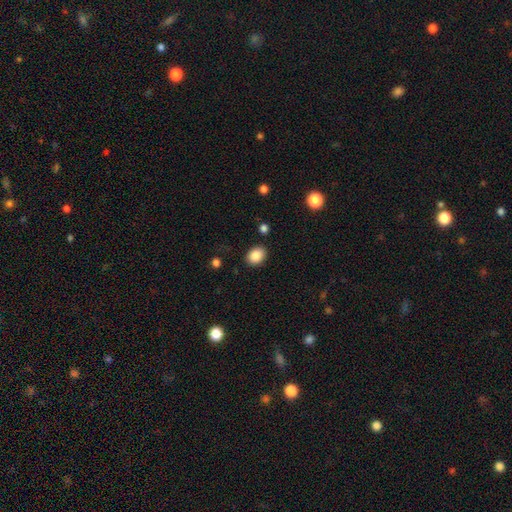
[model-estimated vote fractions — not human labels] Q: Smooth or featured?
A: smooth (87%); runner-up: star or artifact (8%)
Q: How rounded?
A: in between (67%); runner-up: round (32%)
Q: Merging?
A: none (87%); runner-up: minor disturbance (8%)